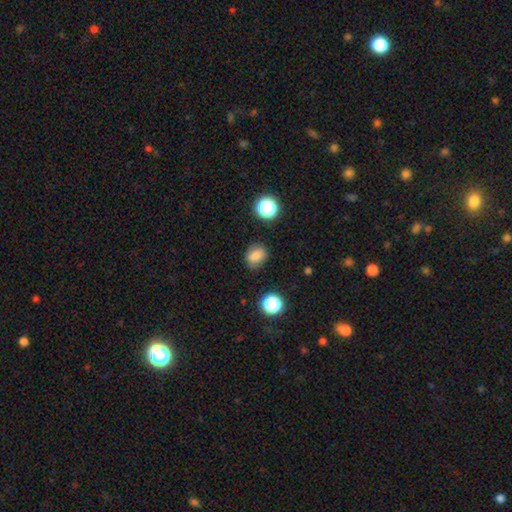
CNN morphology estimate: smooth_or_featured: smooth (p=0.80) [alt: star or artifact p=0.13]
how_rounded: in between (p=0.50) [alt: round p=0.49]
merging: none (p=0.77) [alt: minor disturbance p=0.16]